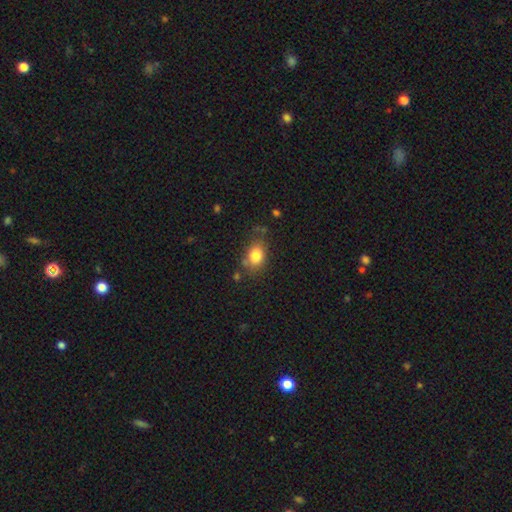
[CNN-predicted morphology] type=smooth (82%); roundness=in between (65%); merging=none (67%).